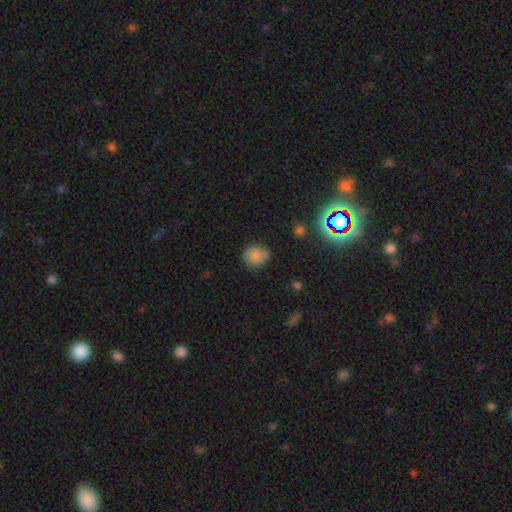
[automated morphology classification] Smooth or featured: smooth — 77% (featured or disk — 12%)
How rounded: round — 61% (in between — 37%)
Merging: none — 69% (minor disturbance — 23%)